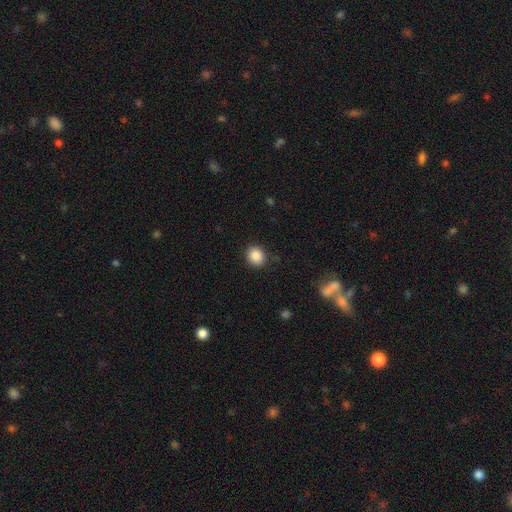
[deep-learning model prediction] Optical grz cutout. It shows a smooth galaxy with no disk features (87%) that is round (79%). Merging: none (88%).